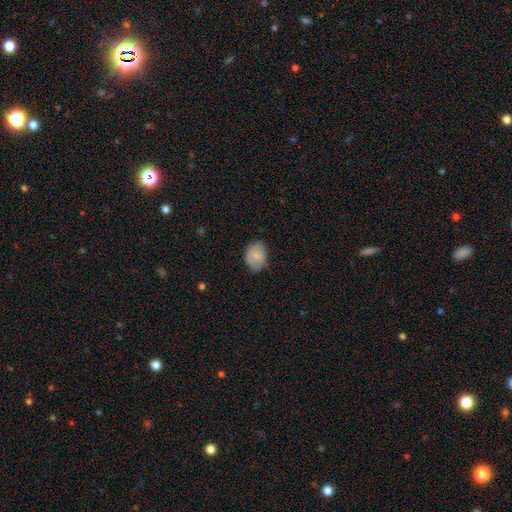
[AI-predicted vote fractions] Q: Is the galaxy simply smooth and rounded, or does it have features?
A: smooth — 80%.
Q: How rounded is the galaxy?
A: in between — 70%.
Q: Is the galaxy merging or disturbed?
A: none — 72%.